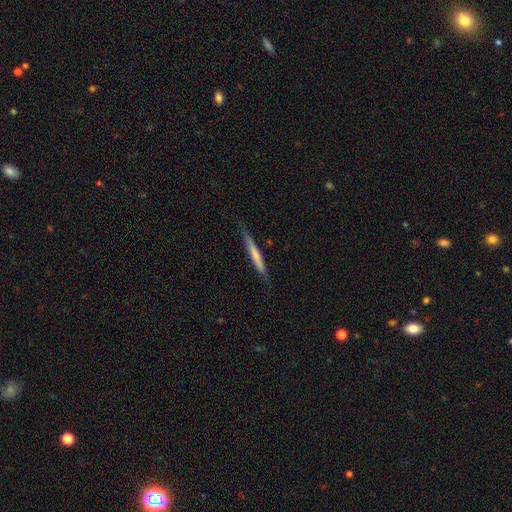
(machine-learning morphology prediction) smooth 56%, featured or disk 39%, star or artifact 5%. Down the decision tree: how rounded — cigar-shaped (96%); merging — none (83%).